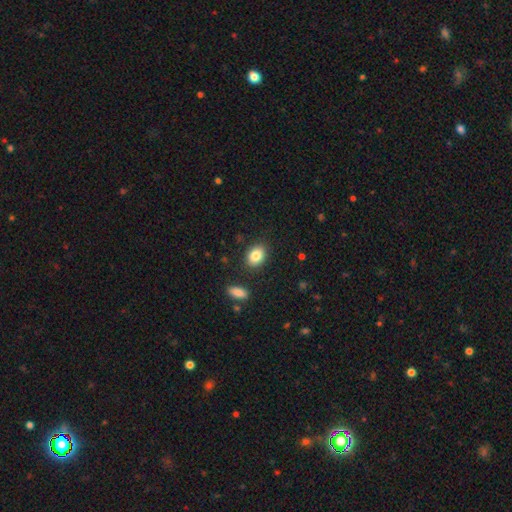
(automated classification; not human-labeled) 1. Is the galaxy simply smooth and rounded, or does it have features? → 85% smooth, 8% star or artifact, 7% featured or disk.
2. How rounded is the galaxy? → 75% in between, 24% round, 1% cigar-shaped.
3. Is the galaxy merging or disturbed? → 86% none, 9% minor disturbance, 3% merger, 3% major disturbance.